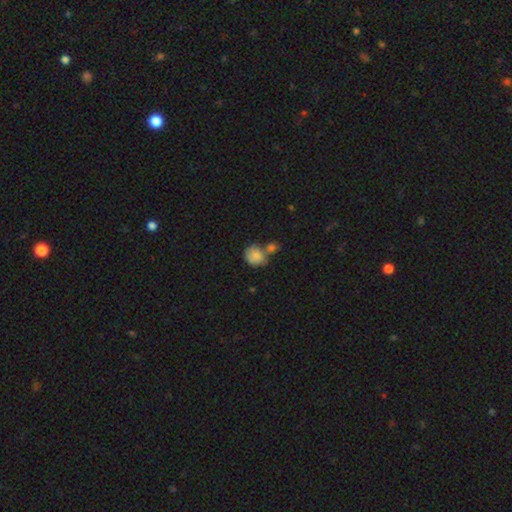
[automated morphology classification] Q: Smooth or featured?
A: smooth (83%); runner-up: featured or disk (9%)
Q: How rounded?
A: round (75%); runner-up: in between (24%)
Q: Merging?
A: none (40%); runner-up: merger (39%)